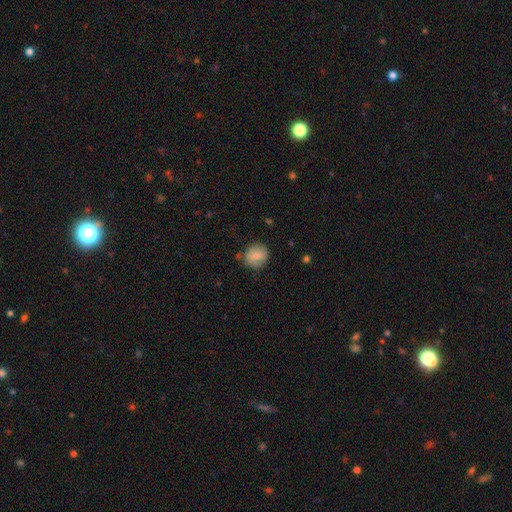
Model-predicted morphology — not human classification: This is likely a smooth galaxy (74%). How rounded: likely round (79%). Merging: likely none (74%).